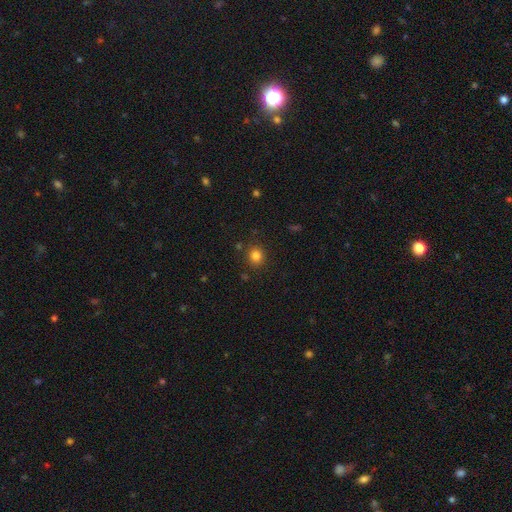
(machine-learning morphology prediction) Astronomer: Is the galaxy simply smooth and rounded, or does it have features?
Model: smooth — 81%.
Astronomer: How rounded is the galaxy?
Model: round — 87%.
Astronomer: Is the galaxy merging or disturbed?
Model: none — 87%.